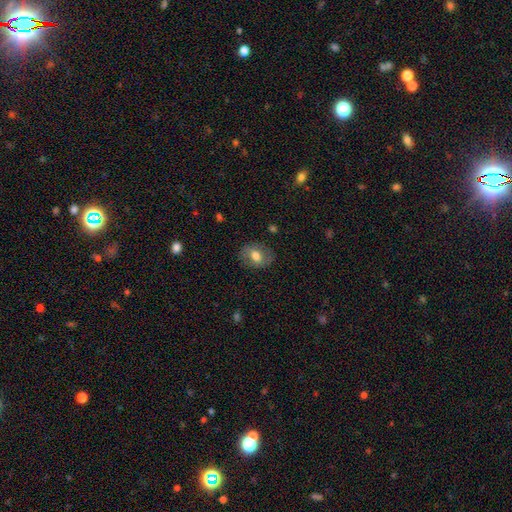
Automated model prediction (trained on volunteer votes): smooth-or-featured: smooth: 63% | featured or disk: 29% | star or artifact: 8%
  how-rounded: in between: 65% | round: 34% | cigar-shaped: 1%
  merging: none: 80% | minor disturbance: 14% | major disturbance: 5% | merger: 1%